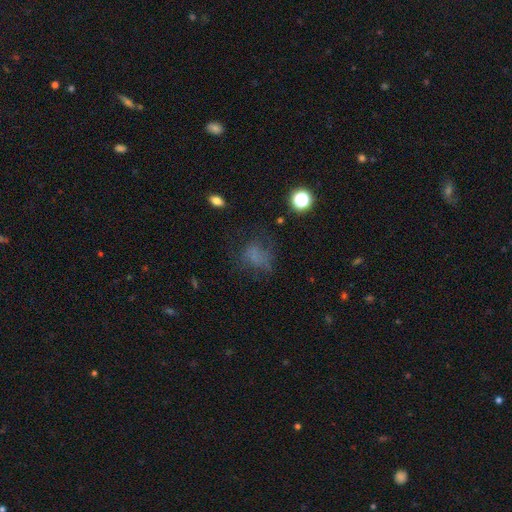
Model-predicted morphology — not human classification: Q: Smooth or featured?
A: smooth (54%); runner-up: star or artifact (23%)
Q: How rounded?
A: round (54%); runner-up: in between (44%)
Q: Merging?
A: none (47%); runner-up: major disturbance (28%)